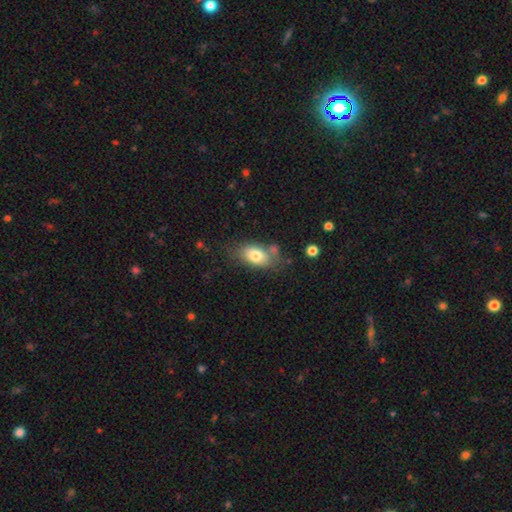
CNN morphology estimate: type=smooth (77%); roundness=in between (86%); merging=none (63%).